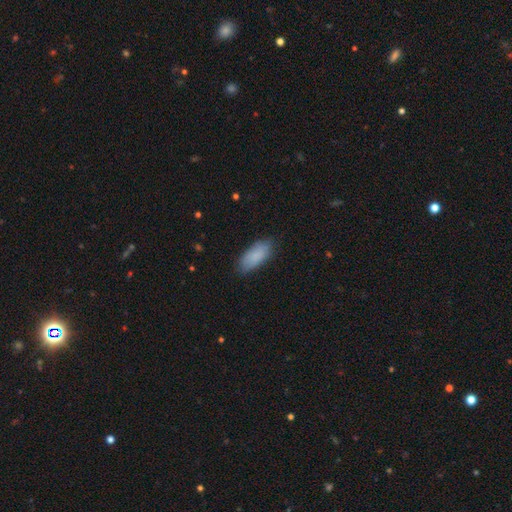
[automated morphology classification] smooth 86%, featured or disk 8%, star or artifact 6%. Down the decision tree: how rounded — in between (84%); merging — none (80%).